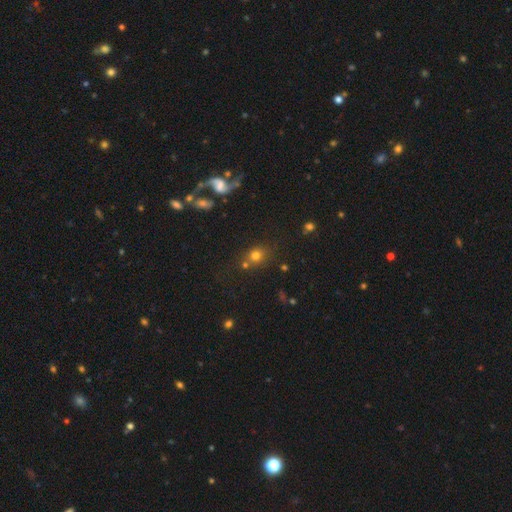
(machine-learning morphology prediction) smooth-or-featured: smooth: 70% | star or artifact: 18% | featured or disk: 11%
  how-rounded: round: 73% | in between: 25% | cigar-shaped: 1%
  merging: none: 64% | merger: 19% | minor disturbance: 12% | major disturbance: 5%